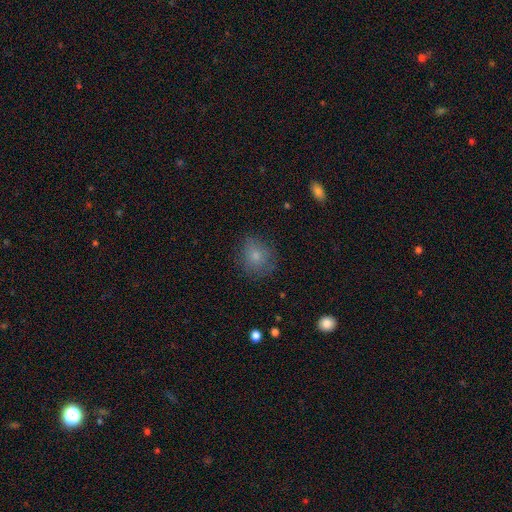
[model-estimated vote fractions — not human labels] Morphology: type=smooth (79%); roundness=round (72%); merging=none (75%).